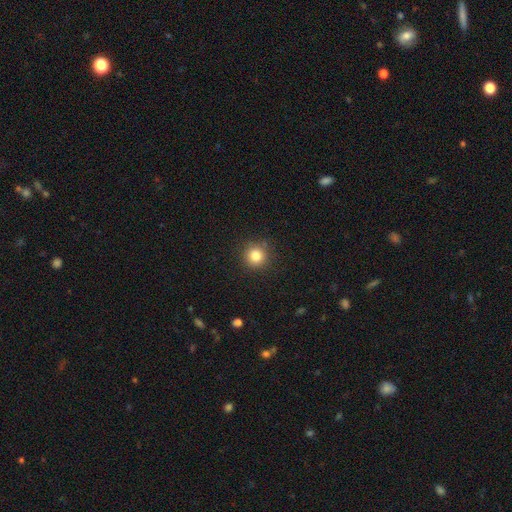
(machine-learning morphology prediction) smooth-or-featured: smooth: 83% | star or artifact: 11% | featured or disk: 5%
  how-rounded: round: 94% | in between: 5% | cigar-shaped: 1%
  merging: none: 89% | minor disturbance: 7% | major disturbance: 2% | merger: 1%